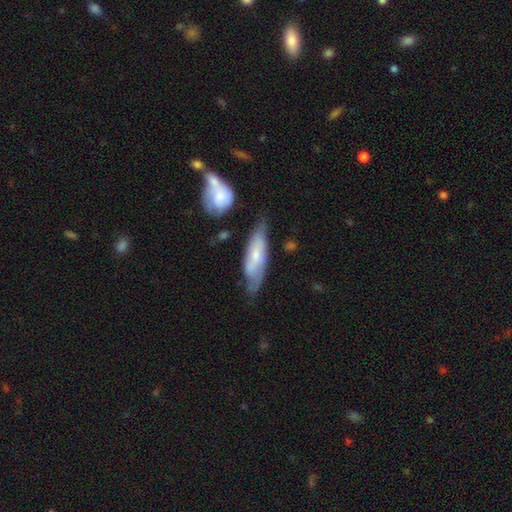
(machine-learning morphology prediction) A featured or disk galaxy (49%). Merging: none (54%).